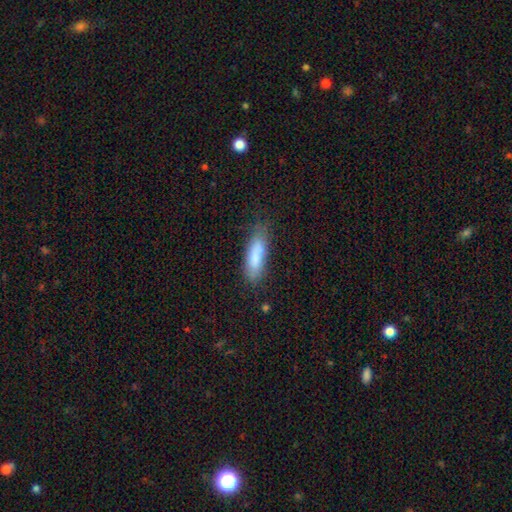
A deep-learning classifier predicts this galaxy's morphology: This appears to be a smooth galaxy with no disk features (79%) that is in between round and cigar-shaped (54%). Merging: none (63%).